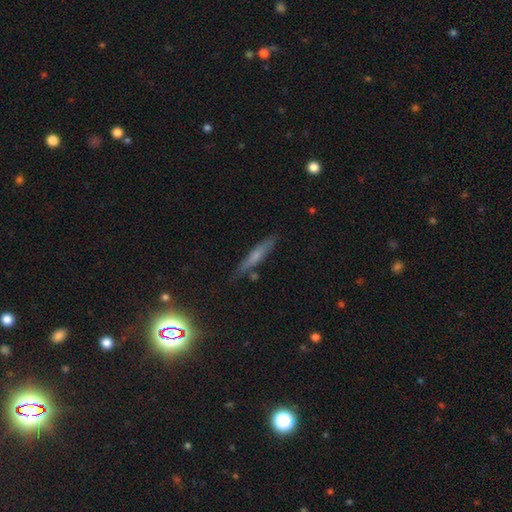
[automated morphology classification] Smooth or featured: smooth — 50% (featured or disk — 36%)
How rounded: cigar-shaped — 88% (in between — 10%)
Merging: none — 80% (minor disturbance — 14%)